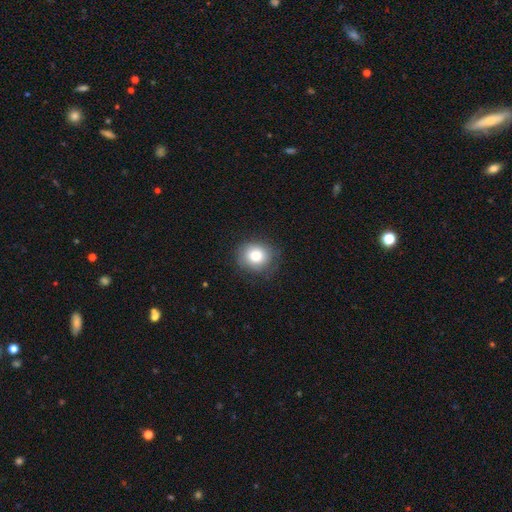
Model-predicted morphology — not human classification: A smooth galaxy with no disk features (79%) that is round (79%).

Vote fractions:
- Smooth or featured? smooth: 79% / featured or disk: 12% / star or artifact: 9%
- How rounded? round: 79% / in between: 20% / cigar-shaped: 1%
- Merging? none: 79% / minor disturbance: 15% / major disturbance: 5% / merger: 1%